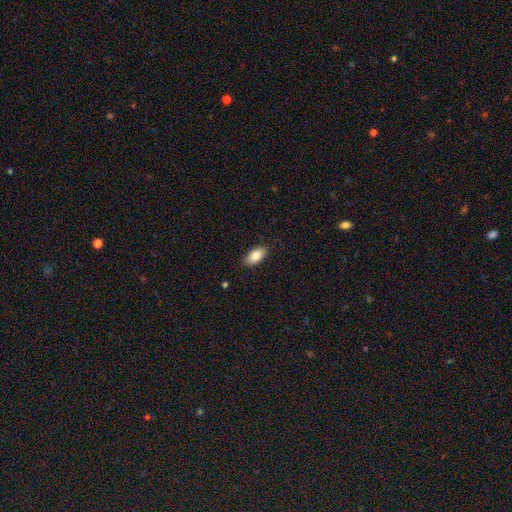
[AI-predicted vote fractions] Smooth or featured: smooth — 84% (featured or disk — 9%)
How rounded: in between — 92% (cigar-shaped — 5%)
Merging: none — 86% (minor disturbance — 11%)